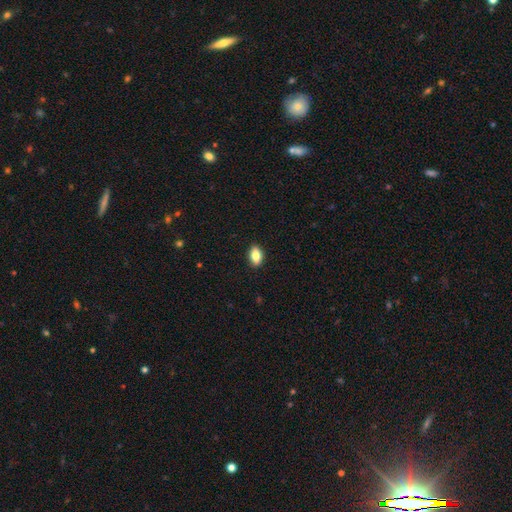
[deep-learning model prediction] Smooth or featured?
  - smooth: 81% *
  - featured or disk: 11%
  - star or artifact: 8%
How rounded?
  - in between: 87% *
  - round: 10%
  - cigar-shaped: 4%
Merging?
  - none: 89% *
  - minor disturbance: 9%
  - major disturbance: 2%
  - merger: 1%